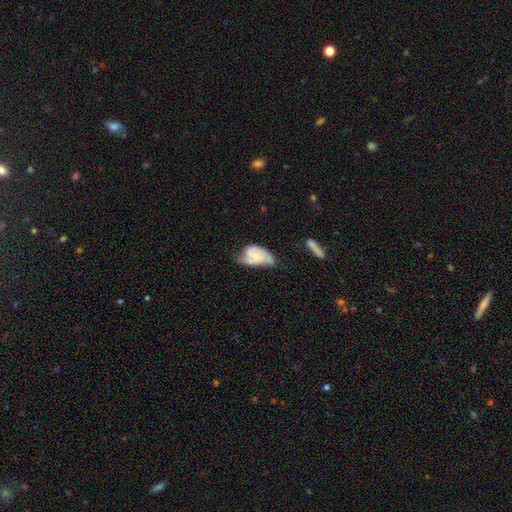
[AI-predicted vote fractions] Morphology: type=featured or disk (64%); edge-on=no (97%); bar=no (57%); spiral arms=yes (84%); winding=medium (44%); arm count=2 (66%); bulge=small (49%); merging=none (35%).